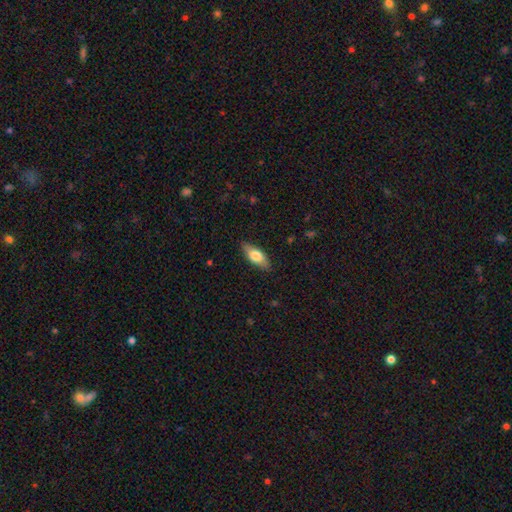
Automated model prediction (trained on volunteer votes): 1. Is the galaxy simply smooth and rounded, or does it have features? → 70% smooth, 24% featured or disk, 6% star or artifact.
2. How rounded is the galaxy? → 77% in between, 20% cigar-shaped, 3% round.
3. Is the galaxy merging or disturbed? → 85% none, 12% minor disturbance, 2% major disturbance, 1% merger.